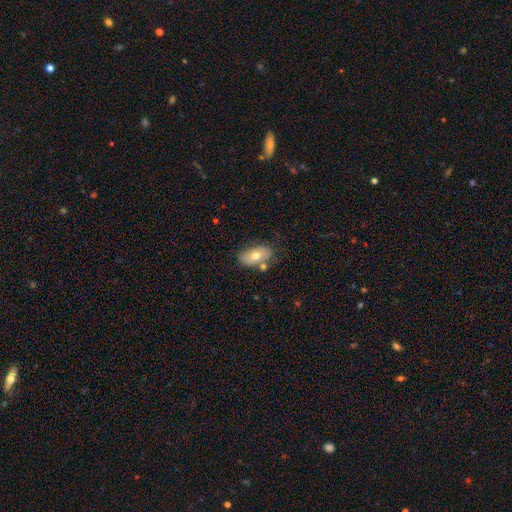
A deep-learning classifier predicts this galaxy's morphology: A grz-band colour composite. It shows a smooth galaxy with no disk features (67%) that is in between round and cigar-shaped (91%). Merging: none (68%).